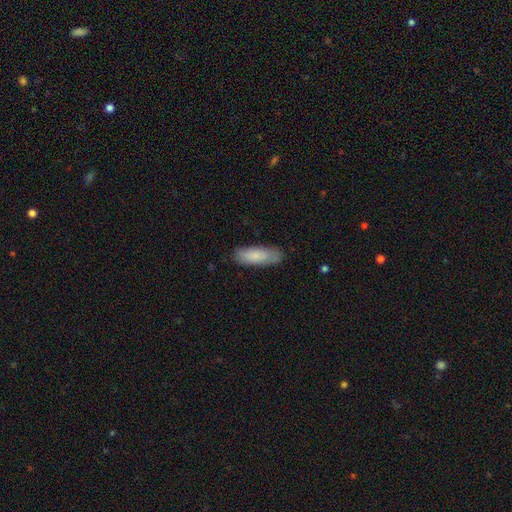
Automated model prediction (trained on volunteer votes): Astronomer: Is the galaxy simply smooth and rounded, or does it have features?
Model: smooth — 83%.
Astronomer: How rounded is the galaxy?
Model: in between — 61% (runner-up: cigar-shaped, 37%).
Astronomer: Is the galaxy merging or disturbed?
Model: none — 77%.